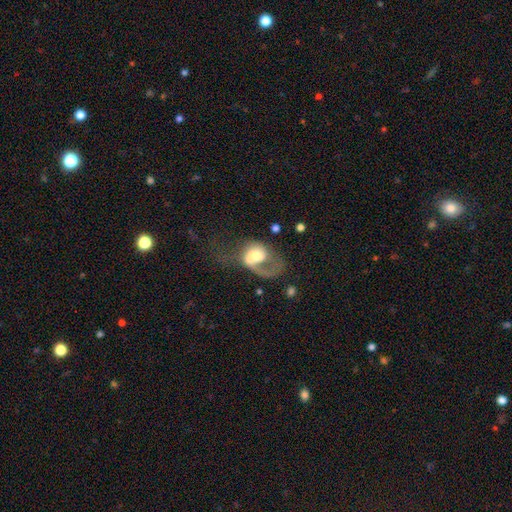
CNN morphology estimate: Smooth or featured? featured or disk (55%)
Edge-on disk? no (97%)
Bar? no (73%)
Spiral arms? yes (69%)
Bulge size? moderate (52%)
Merging? major disturbance (49%)